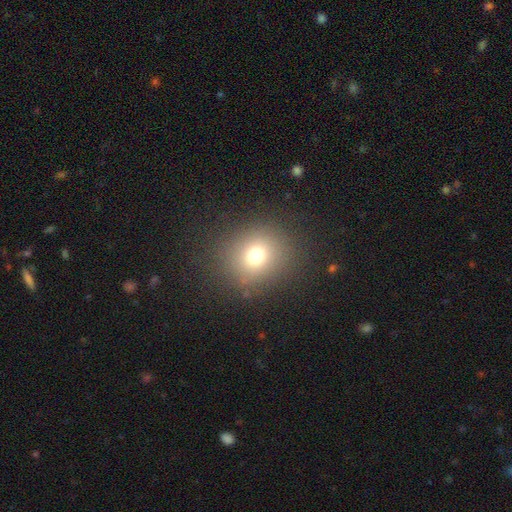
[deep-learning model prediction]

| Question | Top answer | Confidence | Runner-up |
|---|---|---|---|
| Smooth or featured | smooth | 71% | star or artifact (19%) |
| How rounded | round | 83% | in between (16%) |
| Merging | none | 85% | minor disturbance (8%) |